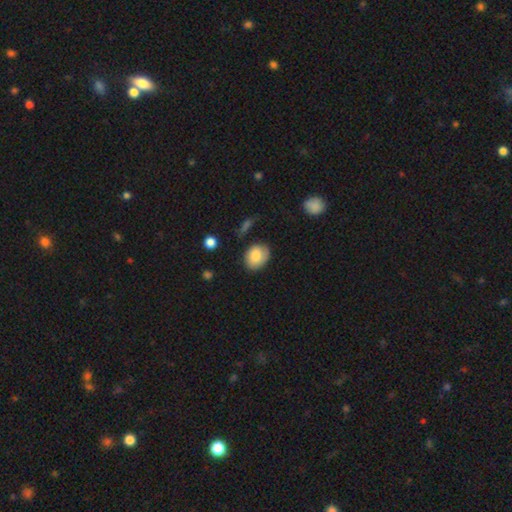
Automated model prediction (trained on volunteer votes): Overall: smooth (79%). How rounded: in between (64%; round 35%). Merging: none (74%).